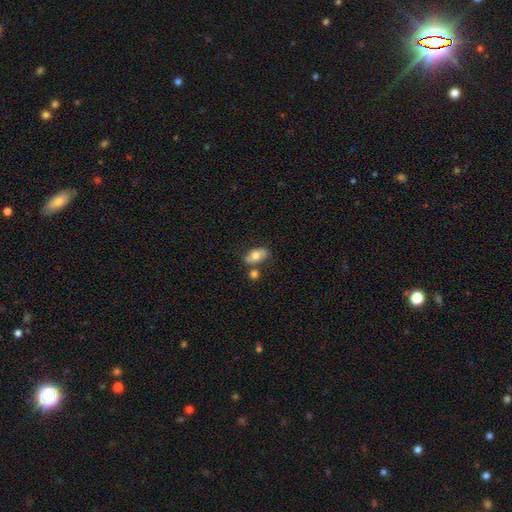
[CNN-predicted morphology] Overall: smooth (62%; featured or disk 31%). How rounded: in between (88%). Merging: none (58%).